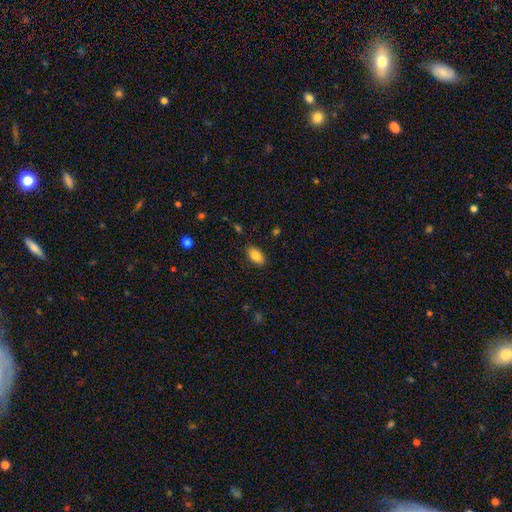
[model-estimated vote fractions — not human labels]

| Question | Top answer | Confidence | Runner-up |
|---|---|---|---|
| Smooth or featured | smooth | 85% | star or artifact (8%) |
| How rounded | in between | 92% | round (5%) |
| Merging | none | 86% | minor disturbance (10%) |